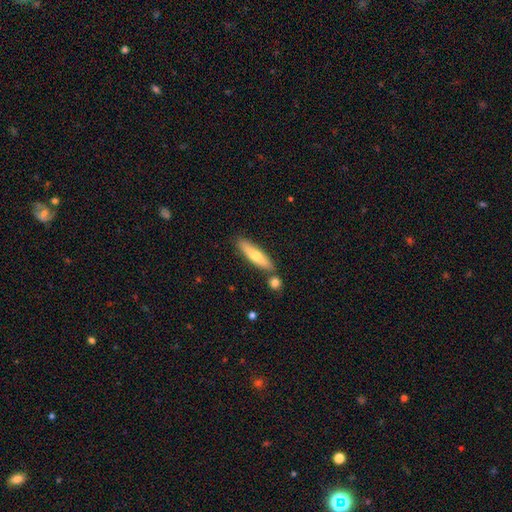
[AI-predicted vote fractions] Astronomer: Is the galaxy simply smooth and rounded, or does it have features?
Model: smooth — 58% (runner-up: featured or disk, 36%).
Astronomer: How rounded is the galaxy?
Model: cigar-shaped — 80%.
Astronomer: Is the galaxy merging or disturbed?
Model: none — 79%.